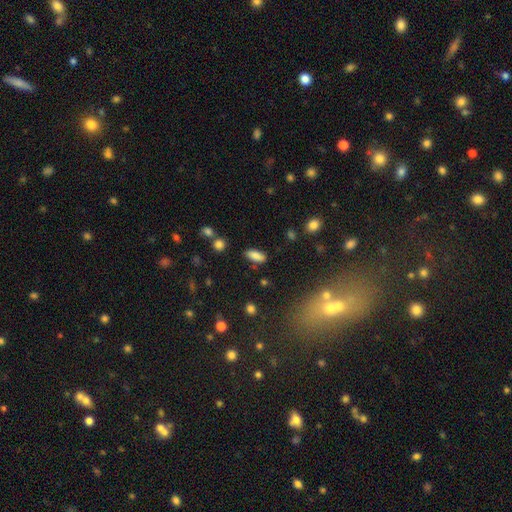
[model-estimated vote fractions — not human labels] The model was most divided on "how rounded": in between: 78%, cigar-shaped: 19%, round: 3%. More confident: smooth or featured — smooth (84%); merging — none (83%).